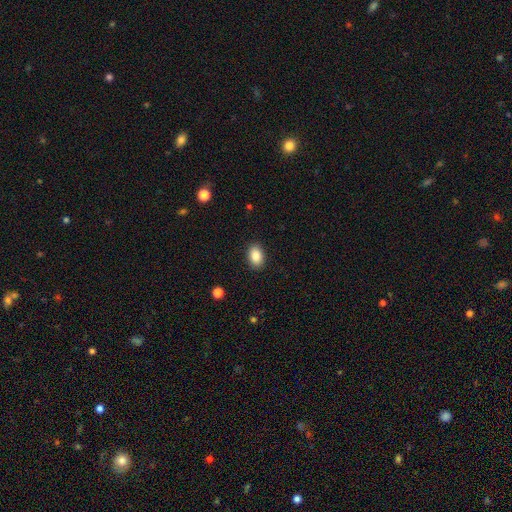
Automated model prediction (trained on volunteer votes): A smooth galaxy with no disk features (86%) that is in between round and cigar-shaped (87%). Merging: none (90%).